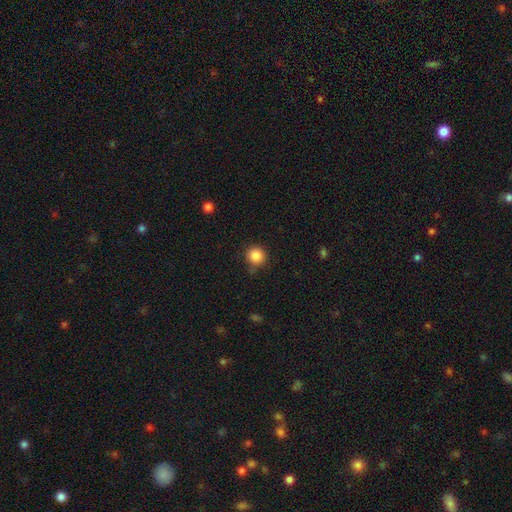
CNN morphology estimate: Smooth or featured? smooth (86%)
How rounded? round (93%)
Merging? none (81%)